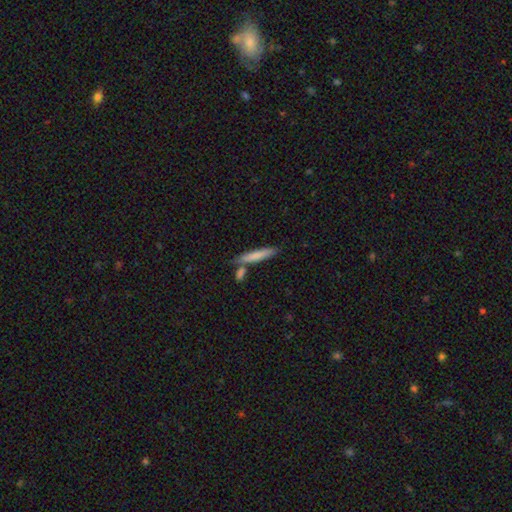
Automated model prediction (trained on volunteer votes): smooth_or_featured: smooth (p=0.75) [alt: featured or disk p=0.19]
how_rounded: cigar-shaped (p=0.90) [alt: in between p=0.08]
merging: none (p=0.71) [alt: merger p=0.14]